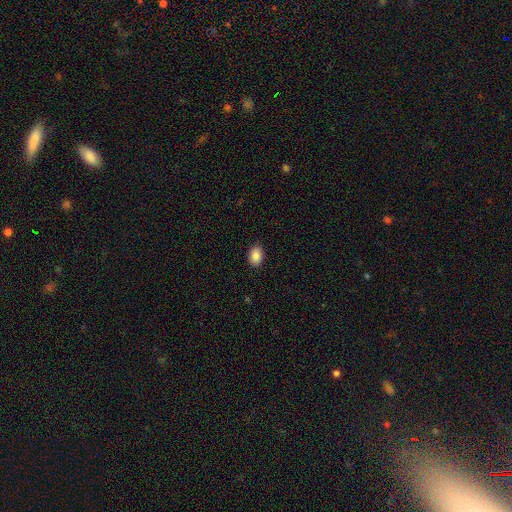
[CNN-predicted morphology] smooth 87%, star or artifact 8%, featured or disk 5%. Down the decision tree: how rounded — in between (81%); merging — none (88%).